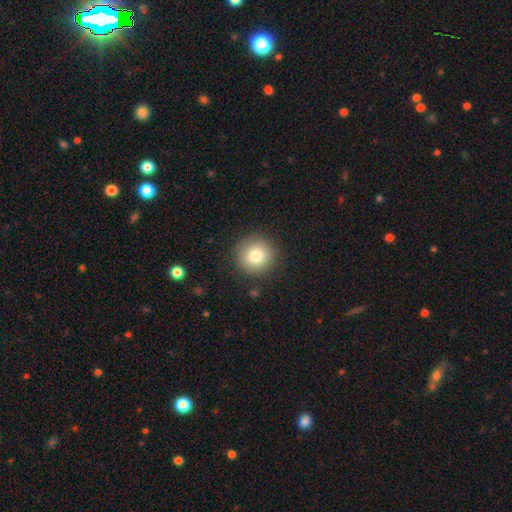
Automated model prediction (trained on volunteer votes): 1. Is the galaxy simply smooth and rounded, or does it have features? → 82% smooth, 10% star or artifact, 8% featured or disk.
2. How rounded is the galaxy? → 94% round, 5% in between, 1% cigar-shaped.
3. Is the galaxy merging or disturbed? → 90% none, 7% minor disturbance, 2% major disturbance, 1% merger.